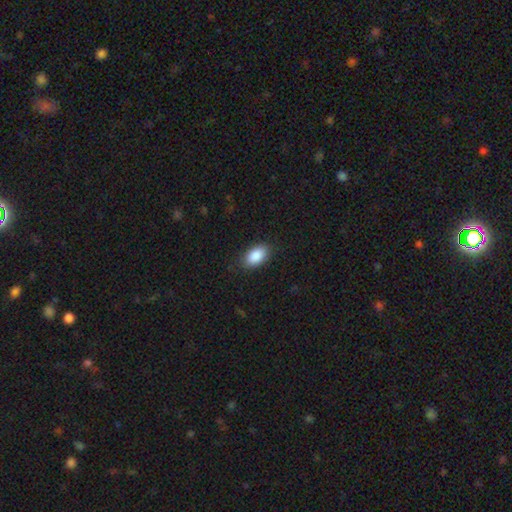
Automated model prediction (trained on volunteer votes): Smooth or featured? Predicted: smooth (p=0.89). How rounded? Predicted: in between (p=0.94). Merging? Predicted: none (p=0.86).